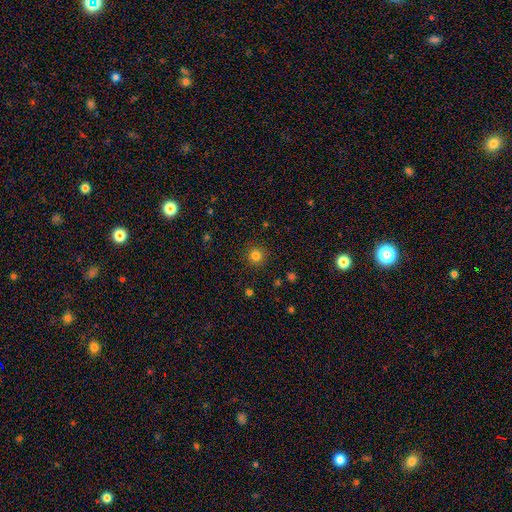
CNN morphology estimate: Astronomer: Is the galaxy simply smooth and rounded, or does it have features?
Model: smooth — 81%.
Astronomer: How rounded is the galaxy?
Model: round — 94%.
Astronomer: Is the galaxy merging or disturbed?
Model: none — 90%.